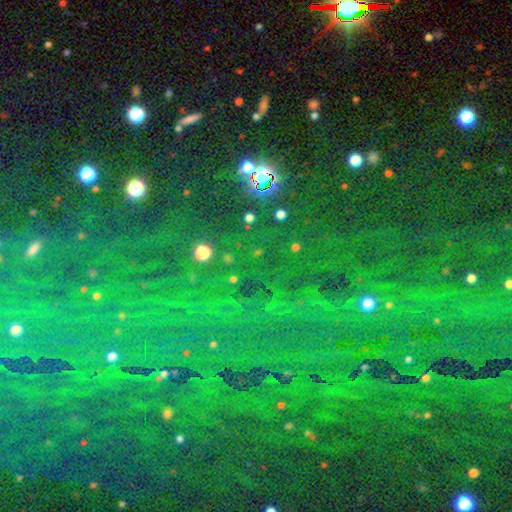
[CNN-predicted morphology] Overall: star or artifact (82%).